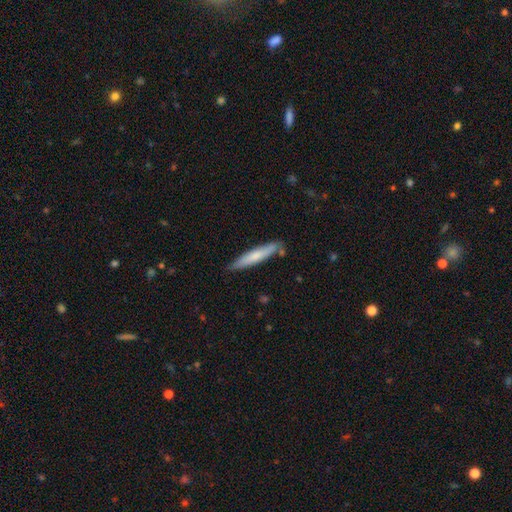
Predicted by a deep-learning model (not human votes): Smooth or featured? smooth (67%)
How rounded? cigar-shaped (92%)
Merging? none (82%)